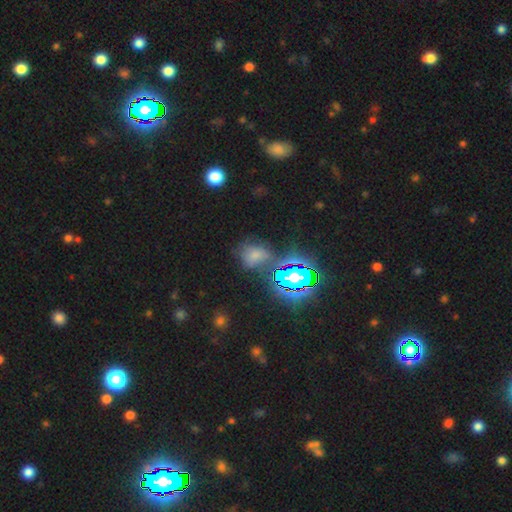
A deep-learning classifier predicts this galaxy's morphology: smooth-or-featured: smooth: 46% | star or artifact: 42% | featured or disk: 12%
  merging: none: 59% | minor disturbance: 20% | major disturbance: 12% | merger: 9%